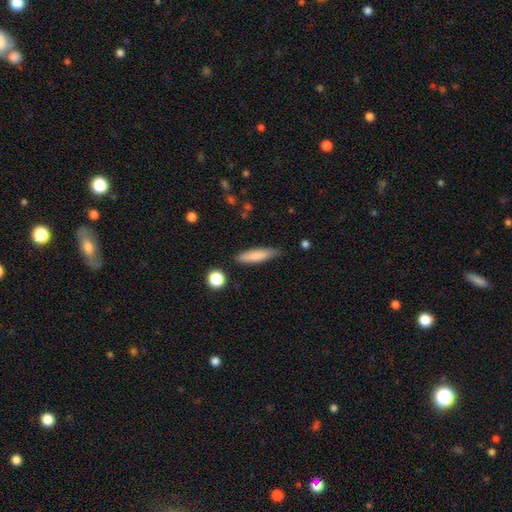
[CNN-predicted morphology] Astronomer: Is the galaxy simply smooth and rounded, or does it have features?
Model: smooth — 80%.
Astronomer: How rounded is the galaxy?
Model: cigar-shaped — 77%.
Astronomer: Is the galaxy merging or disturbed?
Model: none — 79%.